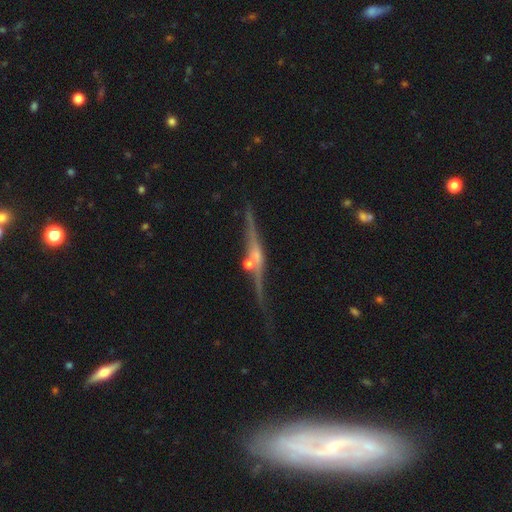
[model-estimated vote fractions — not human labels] This appears to be a featured or disk galaxy (79%) viewed edge-on (96%) with a rounded central bulge (71%). Merging: none (71%).